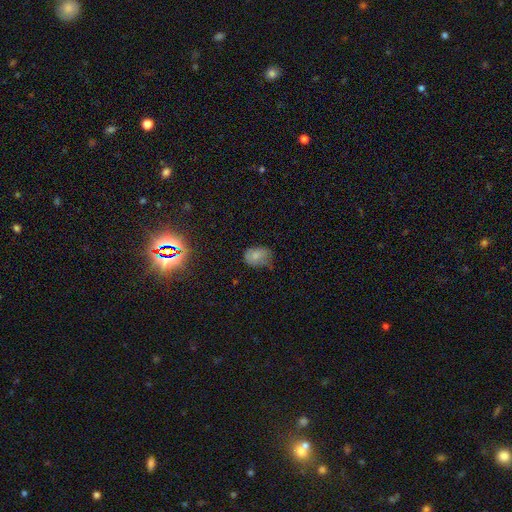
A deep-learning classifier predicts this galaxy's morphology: Overall: smooth (75%). How rounded: in between (69%; round 30%). Merging: none (43%; minor disturbance 39%).